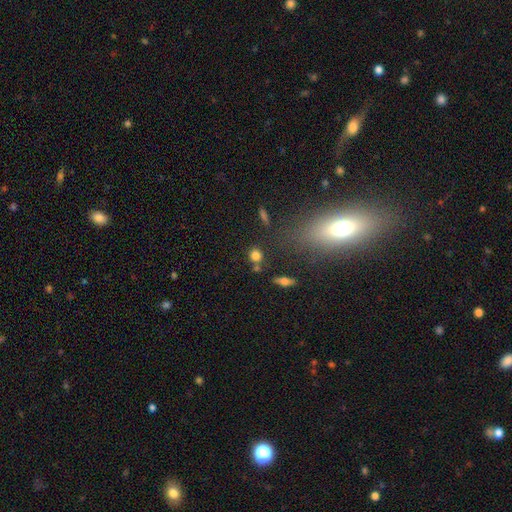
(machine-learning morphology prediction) This is likely a smooth galaxy (79%). How rounded: likely round (77%). Merging: likely none (68%).